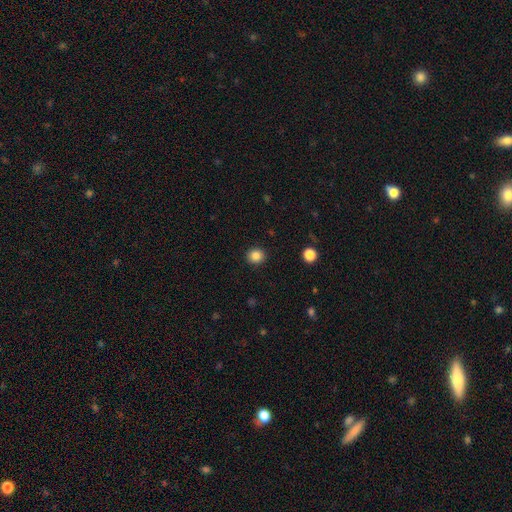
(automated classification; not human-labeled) A smooth galaxy with no disk features (85%) that is round (86%). Merging: none (92%).